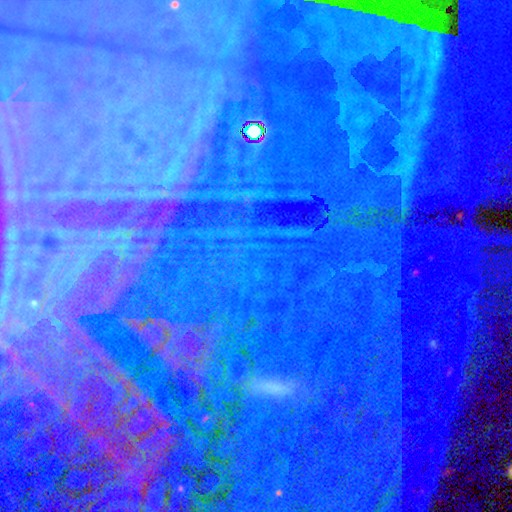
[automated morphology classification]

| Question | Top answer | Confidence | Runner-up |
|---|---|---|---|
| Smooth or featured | star or artifact | 86% | featured or disk (7%) |